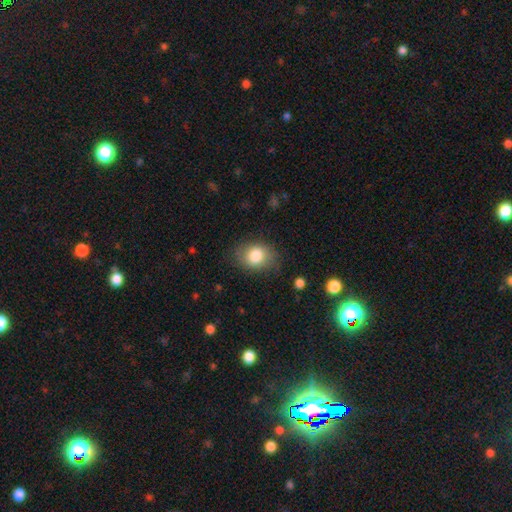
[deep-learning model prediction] A smooth galaxy with no disk features (82%) that is in between round and cigar-shaped (60%). Merging: none (77%).